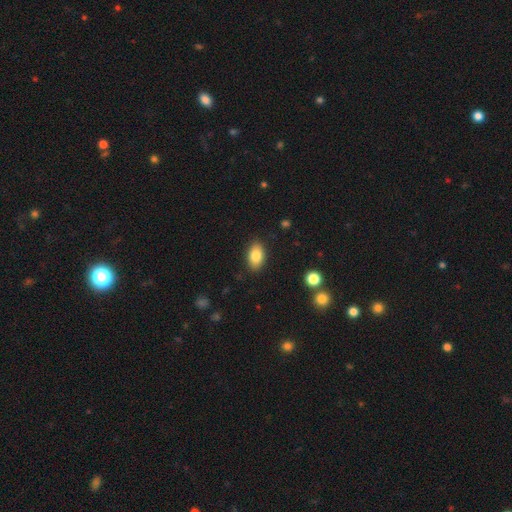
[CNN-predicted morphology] A smooth galaxy with no disk features (83%) that is in between round and cigar-shaped (90%).

Vote fractions:
- Smooth or featured? smooth: 83% / featured or disk: 9% / star or artifact: 8%
- How rounded? in between: 90% / round: 8% / cigar-shaped: 2%
- Merging? none: 87% / minor disturbance: 9% / major disturbance: 2% / merger: 1%